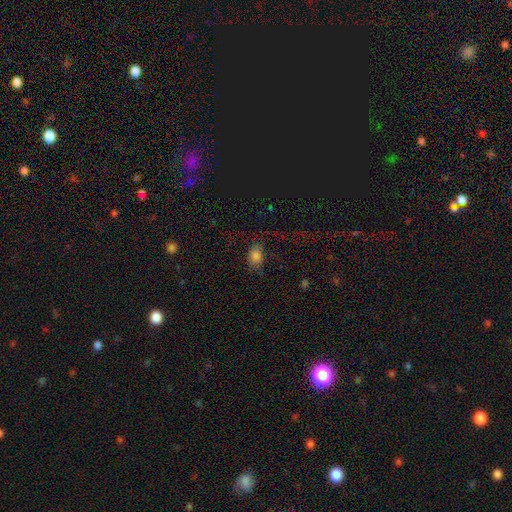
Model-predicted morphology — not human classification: type=smooth (78%); roundness=in between (75%); merging=none (69%).